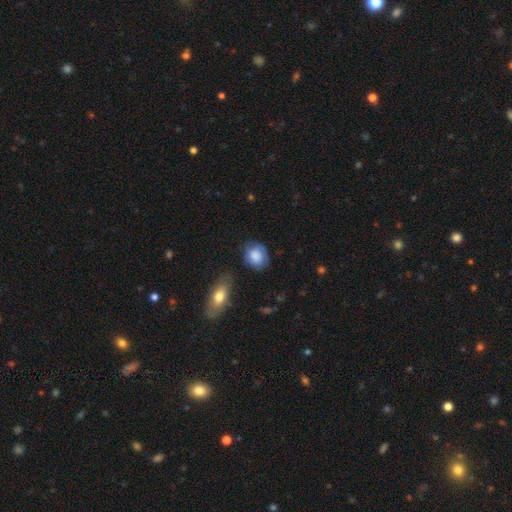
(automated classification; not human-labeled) Q: Smooth or featured?
A: smooth (78%); runner-up: featured or disk (15%)
Q: How rounded?
A: round (61%); runner-up: in between (38%)
Q: Merging?
A: none (65%); runner-up: minor disturbance (25%)